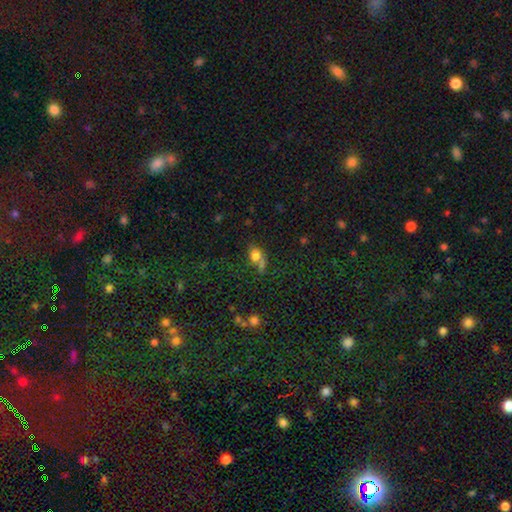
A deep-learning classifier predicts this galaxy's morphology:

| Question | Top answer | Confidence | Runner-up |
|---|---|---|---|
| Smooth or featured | smooth | 72% | star or artifact (14%) |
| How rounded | in between | 55% | round (42%) |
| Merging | none | 41% | merger (26%) |